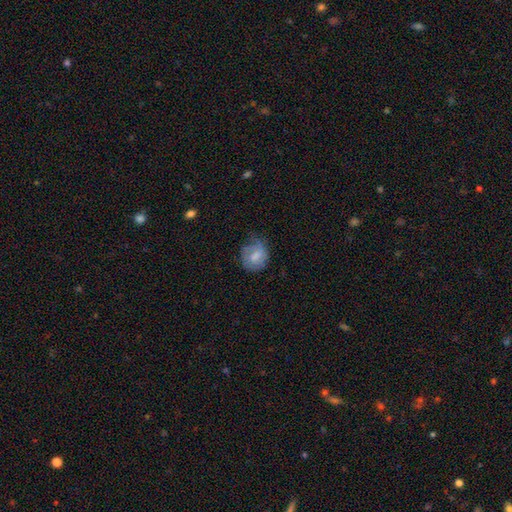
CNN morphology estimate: smooth-or-featured: smooth: 63% | featured or disk: 30% | star or artifact: 8%
  how-rounded: round: 63% | in between: 36% | cigar-shaped: 1%
  merging: none: 45% | minor disturbance: 34% | major disturbance: 20% | merger: 2%